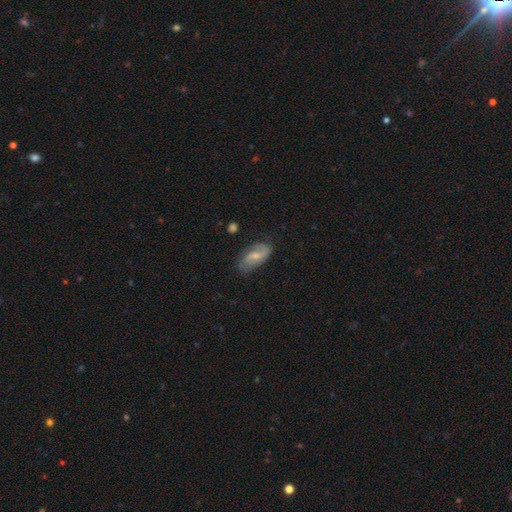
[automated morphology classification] type=featured or disk (58%); edge-on=no (94%); bar=weak (48%); spiral arms=yes (86%); bulge=small (52%); merging=none (69%).